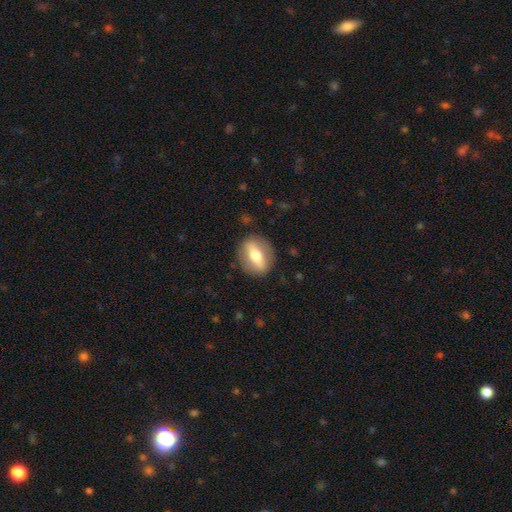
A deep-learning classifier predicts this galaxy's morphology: Smooth or featured?
  - featured or disk: 49% *
  - smooth: 45%
  - star or artifact: 6%
Merging?
  - none: 86% *
  - minor disturbance: 9%
  - major disturbance: 4%
  - merger: 1%